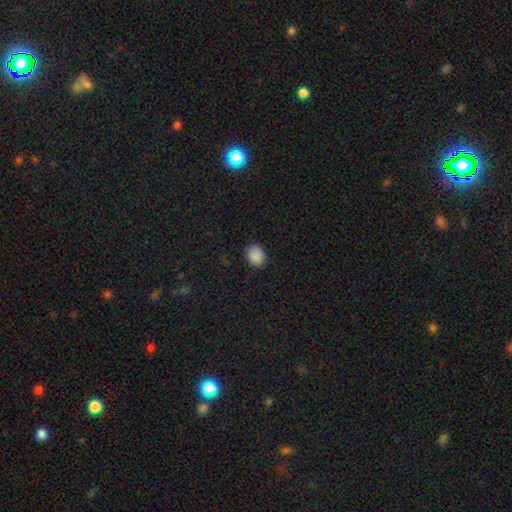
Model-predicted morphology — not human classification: smooth-or-featured: smooth: 88% | star or artifact: 9% | featured or disk: 3%
  how-rounded: round: 58% | in between: 41% | cigar-shaped: 1%
  merging: none: 88% | minor disturbance: 9% | major disturbance: 2% | merger: 1%